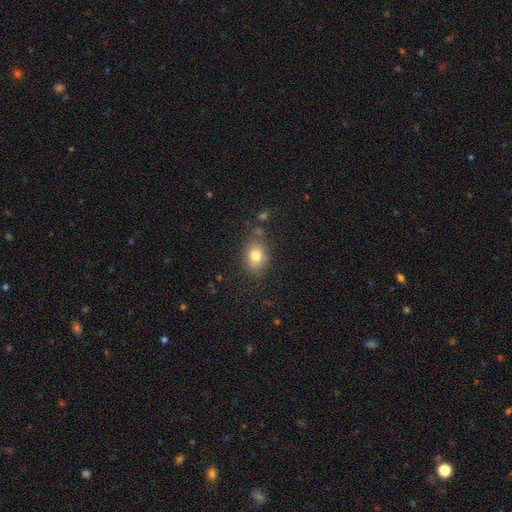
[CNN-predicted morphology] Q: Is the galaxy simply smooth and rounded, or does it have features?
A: smooth — 80%.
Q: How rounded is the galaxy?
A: in between — 65%.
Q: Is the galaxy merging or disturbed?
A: none — 73%.